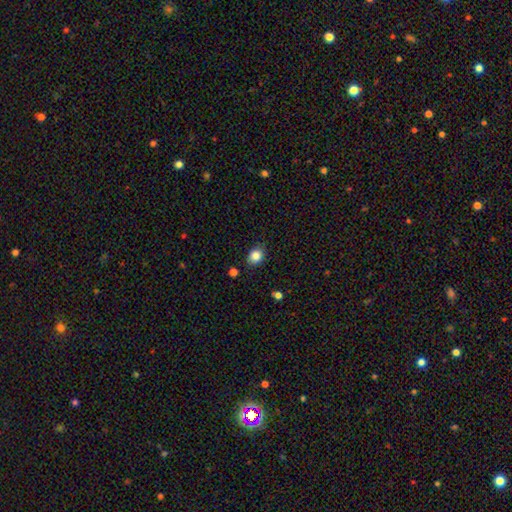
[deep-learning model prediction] Smooth or featured?
  - smooth: 85% *
  - star or artifact: 10%
  - featured or disk: 5%
How rounded?
  - round: 50% *
  - in between: 49%
  - cigar-shaped: 1%
Merging?
  - none: 81% *
  - minor disturbance: 14%
  - major disturbance: 3%
  - merger: 2%